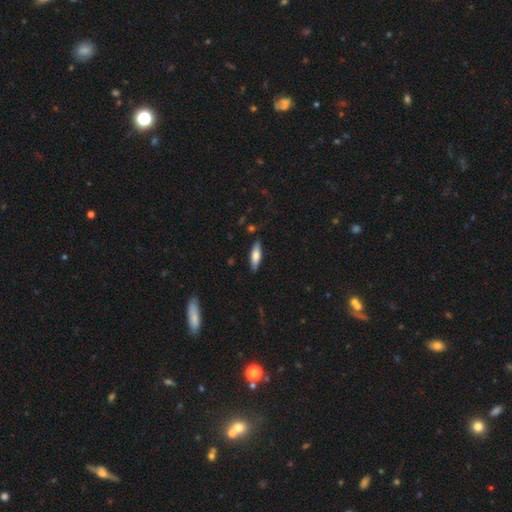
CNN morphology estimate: A smooth galaxy with no disk features (71%) that is in between round and cigar-shaped (50%). Merging: none (84%).